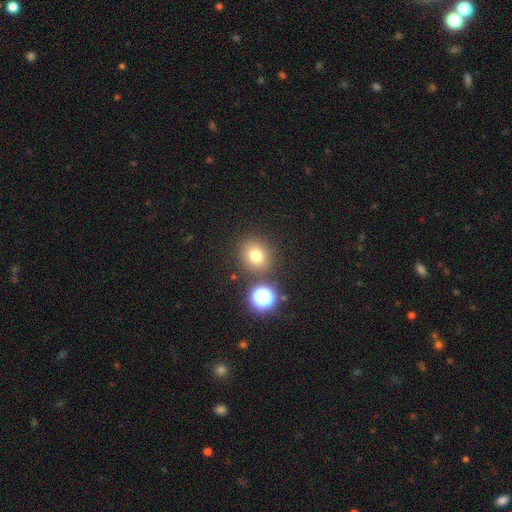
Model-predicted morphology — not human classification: Smooth or featured: smooth — 75% (star or artifact — 17%)
How rounded: round — 85% (in between — 14%)
Merging: none — 81% (minor disturbance — 8%)